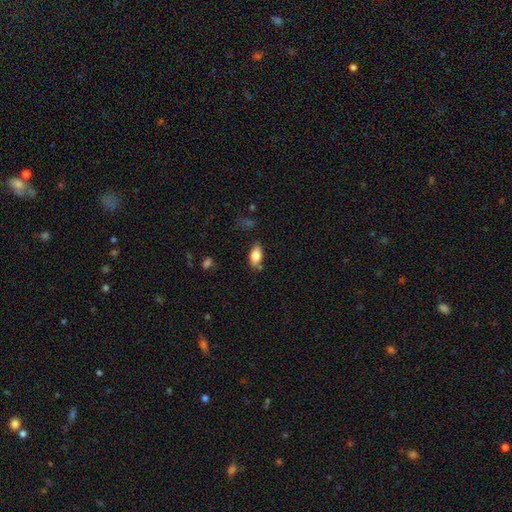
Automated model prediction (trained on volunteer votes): Smooth or featured? smooth (80%)
How rounded? in between (89%)
Merging? none (76%)